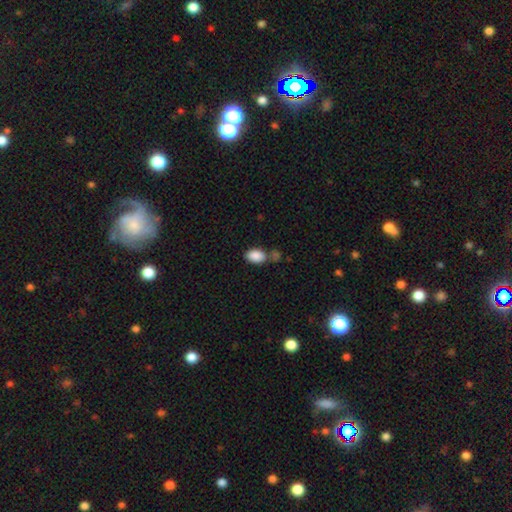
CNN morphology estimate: smooth-or-featured: smooth: 88% | star or artifact: 7% | featured or disk: 4%
  how-rounded: in between: 91% | round: 8% | cigar-shaped: 1%
  merging: none: 57% | merger: 24% | minor disturbance: 15% | major disturbance: 5%